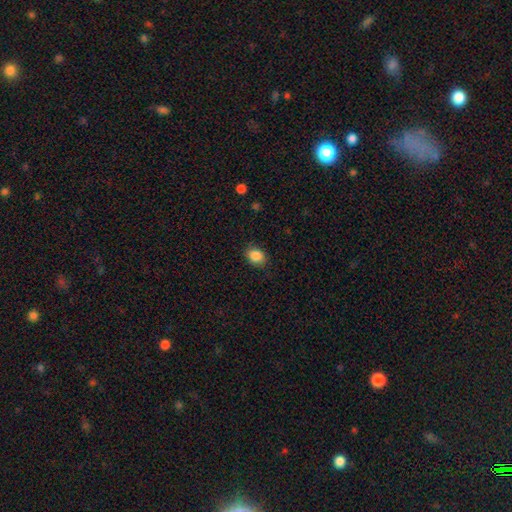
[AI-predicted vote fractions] The model was most divided on "how rounded": in between: 53%, round: 46%, cigar-shaped: 1%. More confident: smooth or featured — smooth (87%); merging — none (84%).